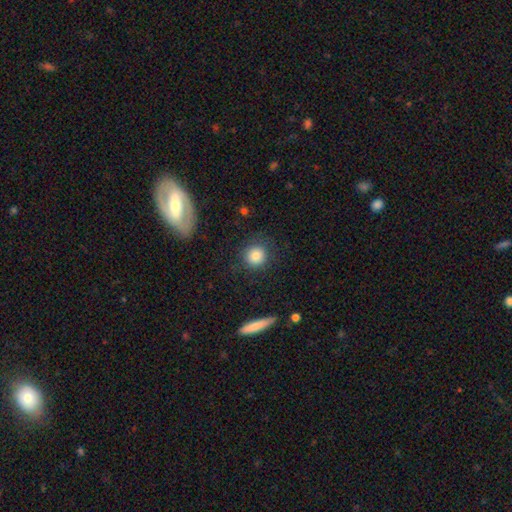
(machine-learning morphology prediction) A smooth galaxy with no disk features (82%) that is round (90%).

Vote fractions:
- Smooth or featured? smooth: 82% / star or artifact: 9% / featured or disk: 8%
- How rounded? round: 90% / in between: 9% / cigar-shaped: 1%
- Merging? none: 86% / minor disturbance: 9% / major disturbance: 4% / merger: 2%